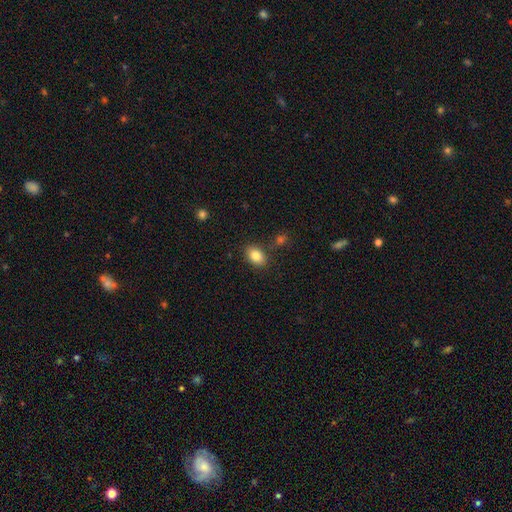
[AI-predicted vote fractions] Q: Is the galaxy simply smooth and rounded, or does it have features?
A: smooth — 85%.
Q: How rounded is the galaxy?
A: in between — 82%.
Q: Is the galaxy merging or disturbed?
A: none — 82%.